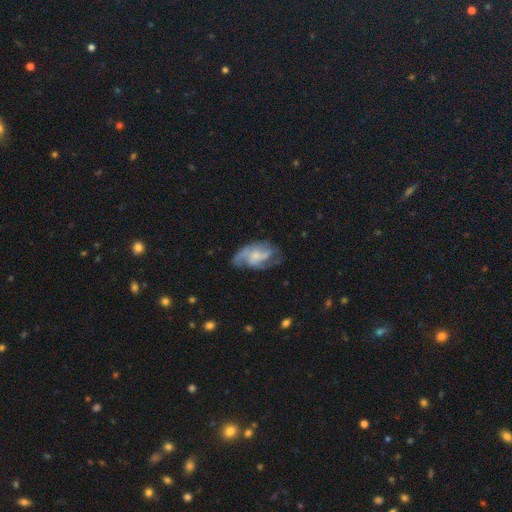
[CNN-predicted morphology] smooth_or_featured: featured or disk (p=0.68) [alt: smooth p=0.25]
disk_edge_on: no (p=0.96) [alt: yes p=0.04]
bar: no (p=0.64) [alt: weak p=0.30]
has_spiral_arms: yes (p=0.79) [alt: no p=0.21]
spiral_winding: medium (p=0.45) [alt: loose p=0.30]
spiral_arm_count: can't tell (p=0.29) [tied with: 2 p=0.29]
bulge_size: small (p=0.39) [alt: moderate p=0.29]
merging: none (p=0.47) [alt: minor disturbance p=0.26]